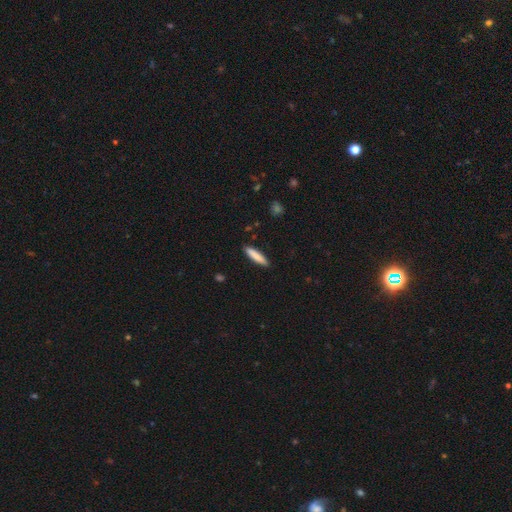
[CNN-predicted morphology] smooth_or_featured: smooth (p=0.83) [alt: featured or disk p=0.11]
how_rounded: cigar-shaped (p=0.85) [alt: in between p=0.14]
merging: none (p=0.90) [alt: minor disturbance p=0.07]